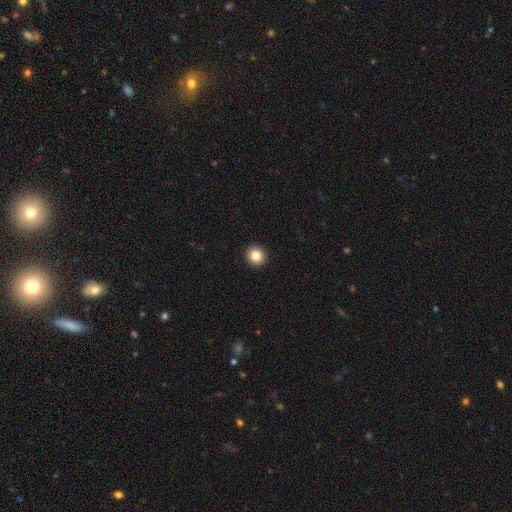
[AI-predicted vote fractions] smooth_or_featured: smooth (p=0.85) [alt: star or artifact p=0.10]
how_rounded: round (p=0.93) [alt: in between p=0.06]
merging: none (p=0.94) [alt: minor disturbance p=0.04]